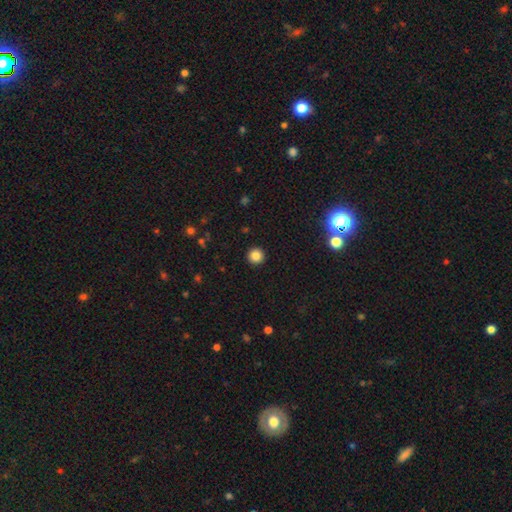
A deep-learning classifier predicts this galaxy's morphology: Smooth or featured?
  - smooth: 84% *
  - star or artifact: 11%
  - featured or disk: 5%
How rounded?
  - round: 96% *
  - in between: 3%
  - cigar-shaped: 1%
Merging?
  - none: 94% *
  - minor disturbance: 4%
  - major disturbance: 2%
  - merger: 1%